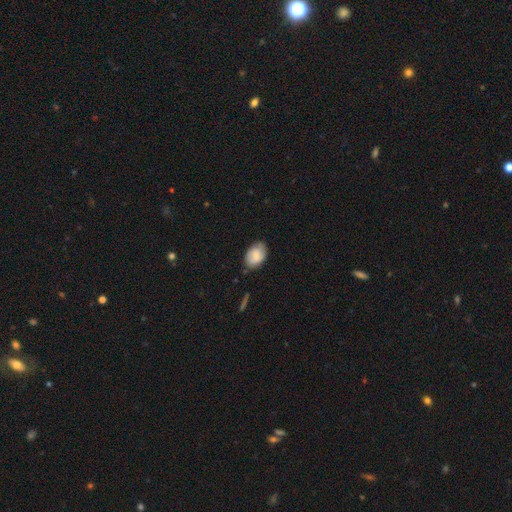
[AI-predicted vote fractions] smooth-or-featured: smooth: 73% | featured or disk: 20% | star or artifact: 7%
  how-rounded: in between: 83% | round: 15% | cigar-shaped: 1%
  merging: none: 72% | minor disturbance: 22% | major disturbance: 4% | merger: 2%